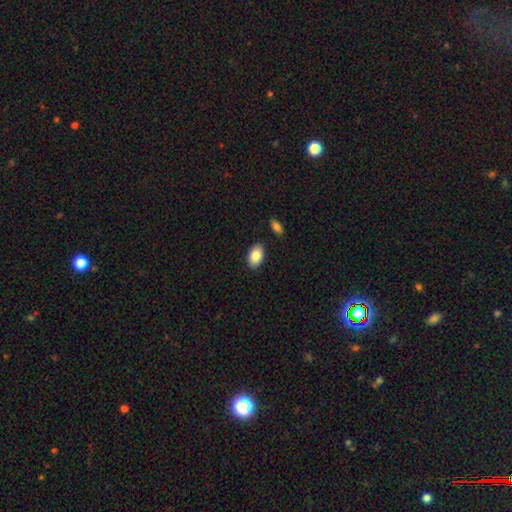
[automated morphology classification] type=smooth (86%); roundness=in between (92%); merging=none (88%).